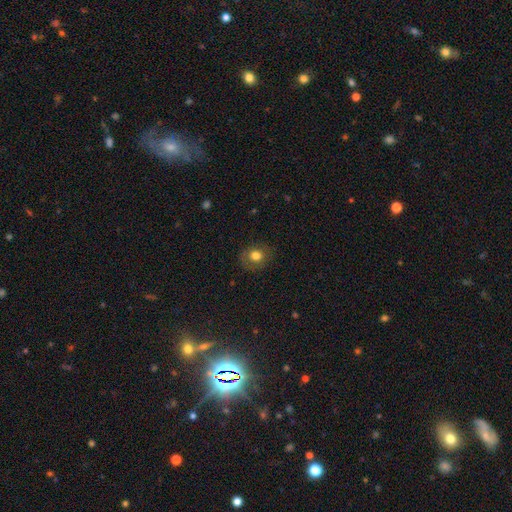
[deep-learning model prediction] Overall: smooth (75%). How rounded: round (71%). Merging: none (82%).